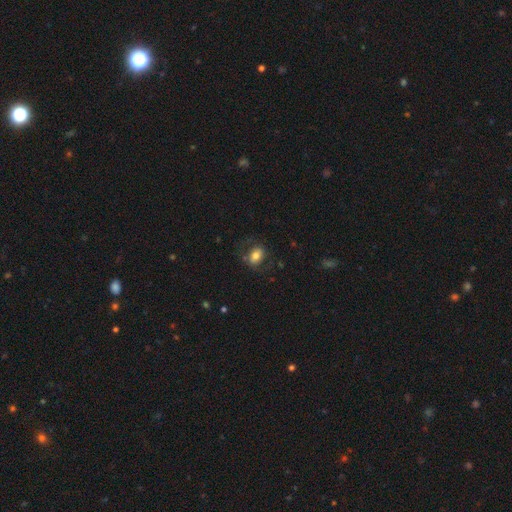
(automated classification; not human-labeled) Q: Smooth or featured?
A: smooth (73%); runner-up: featured or disk (17%)
Q: How rounded?
A: in between (74%); runner-up: round (24%)
Q: Merging?
A: none (71%); runner-up: minor disturbance (16%)